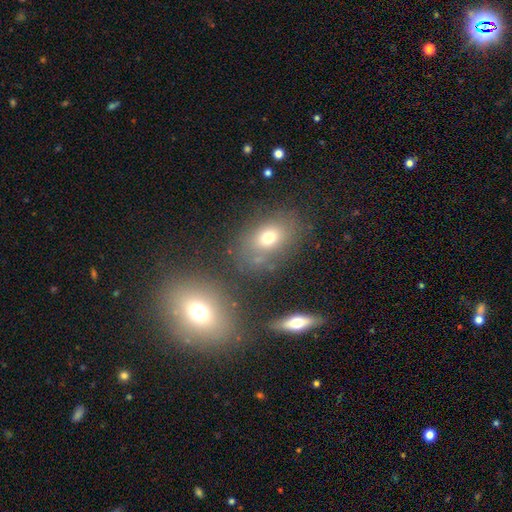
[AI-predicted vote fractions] Smooth or featured?
  - smooth: 58% *
  - star or artifact: 22%
  - featured or disk: 21%
How rounded?
  - in between: 68% *
  - round: 29%
  - cigar-shaped: 2%
Merging?
  - none: 71% *
  - minor disturbance: 13%
  - merger: 12%
  - major disturbance: 5%